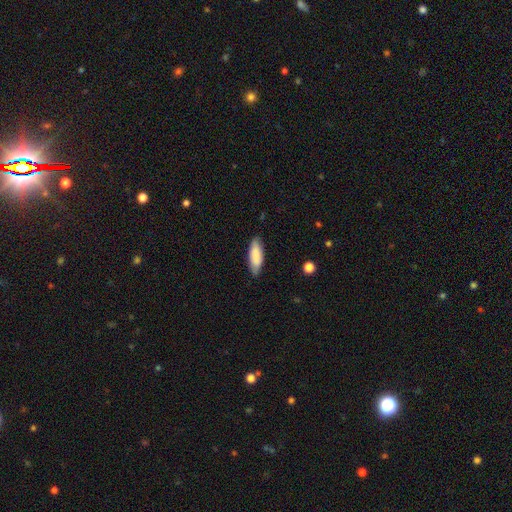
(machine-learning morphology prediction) This is clearly a smooth galaxy (86%). How rounded: likely in between (64%). Merging: clearly none (82%).